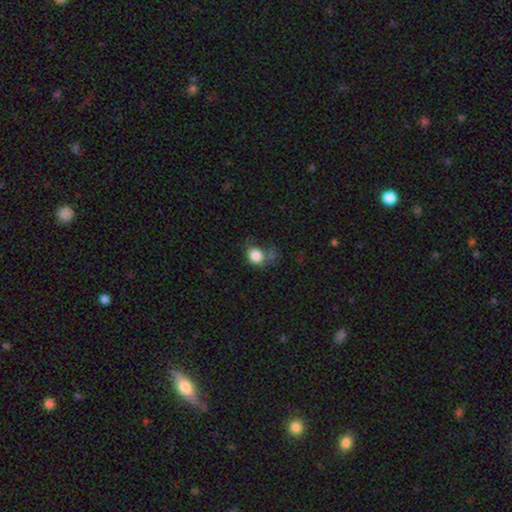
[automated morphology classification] smooth_or_featured: smooth (p=0.83) [alt: star or artifact p=0.09]
how_rounded: round (p=0.64) [alt: in between p=0.35]
merging: none (p=0.40) [alt: minor disturbance p=0.29]